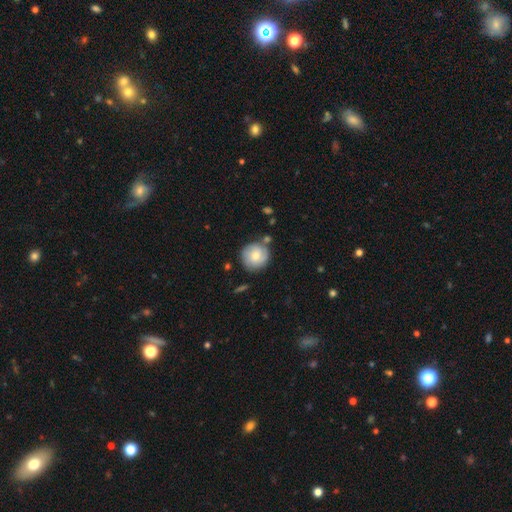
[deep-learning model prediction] A smooth galaxy with no disk features (60%) that is round (93%). Merging: none (74%).